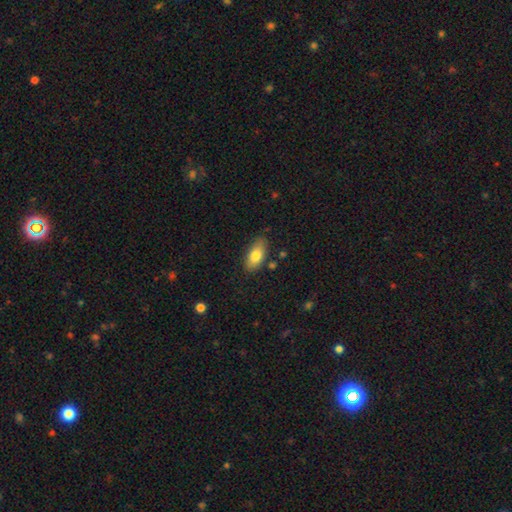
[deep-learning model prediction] smooth_or_featured: smooth (p=0.80) [alt: featured or disk p=0.14]
how_rounded: in between (p=0.88) [alt: cigar-shaped p=0.08]
merging: none (p=0.80) [alt: minor disturbance p=0.15]